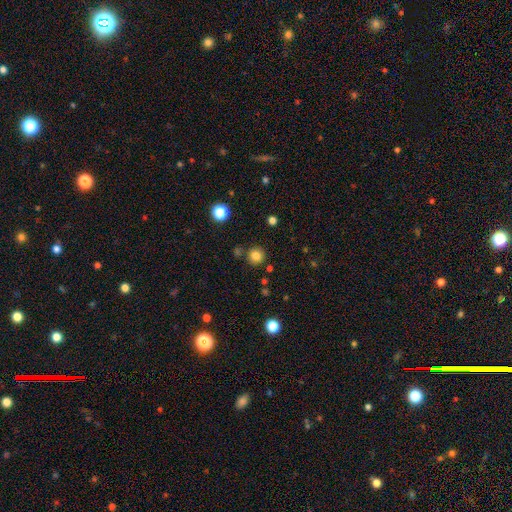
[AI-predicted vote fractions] Smooth or featured? smooth (82%)
How rounded? round (92%)
Merging? none (84%)